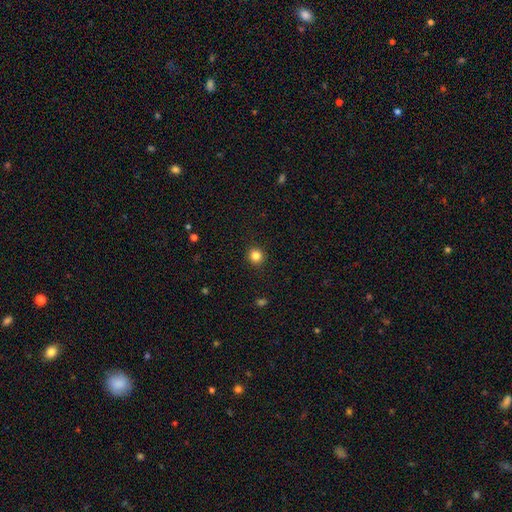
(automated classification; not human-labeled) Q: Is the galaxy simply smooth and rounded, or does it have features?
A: smooth — 84%.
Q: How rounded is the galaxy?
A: round — 92%.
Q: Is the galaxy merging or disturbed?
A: none — 92%.